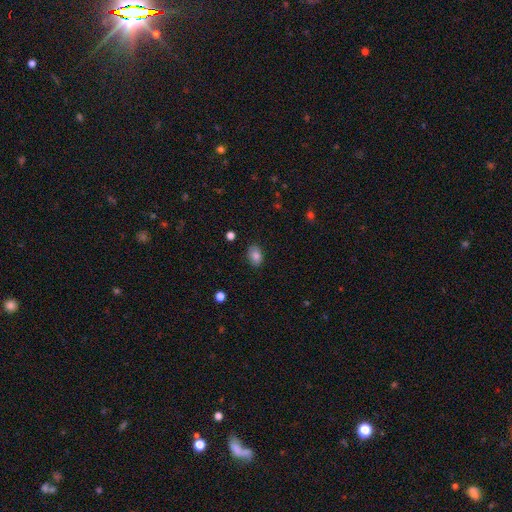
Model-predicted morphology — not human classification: A smooth galaxy with no disk features (84%) that is in between round and cigar-shaped (82%).

Vote fractions:
- Smooth or featured? smooth: 84% / star or artifact: 9% / featured or disk: 8%
- How rounded? in between: 82% / round: 17% / cigar-shaped: 1%
- Merging? none: 83% / minor disturbance: 13% / major disturbance: 3% / merger: 1%